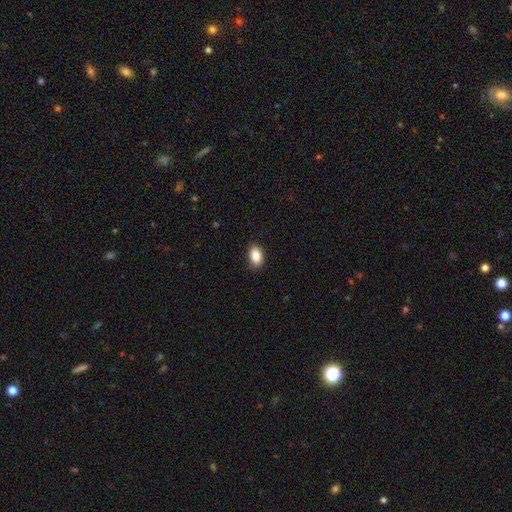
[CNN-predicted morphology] type=smooth (88%); roundness=in between (90%); merging=none (87%).